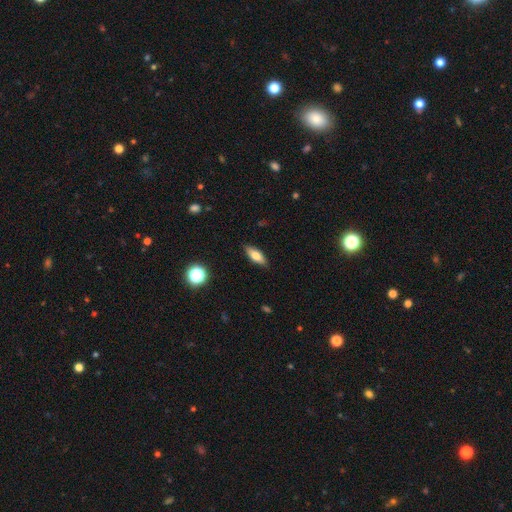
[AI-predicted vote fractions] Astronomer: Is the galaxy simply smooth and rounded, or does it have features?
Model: smooth — 69%.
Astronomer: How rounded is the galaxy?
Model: in between — 70%.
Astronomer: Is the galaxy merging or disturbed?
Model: none — 88%.